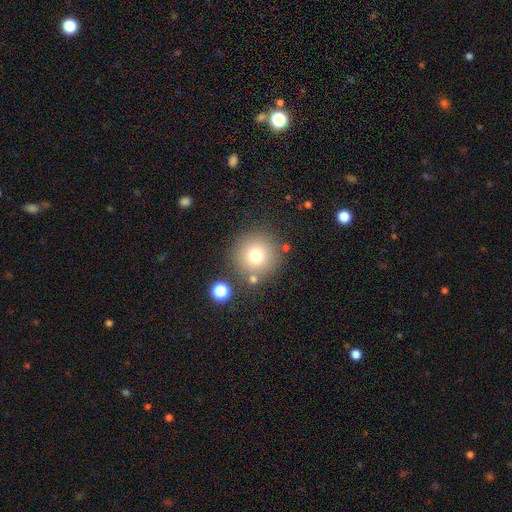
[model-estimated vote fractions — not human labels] smooth-or-featured: smooth: 74% | star or artifact: 14% | featured or disk: 12%
  how-rounded: round: 96% | in between: 3% | cigar-shaped: 1%
  merging: none: 83% | minor disturbance: 8% | merger: 6% | major disturbance: 4%